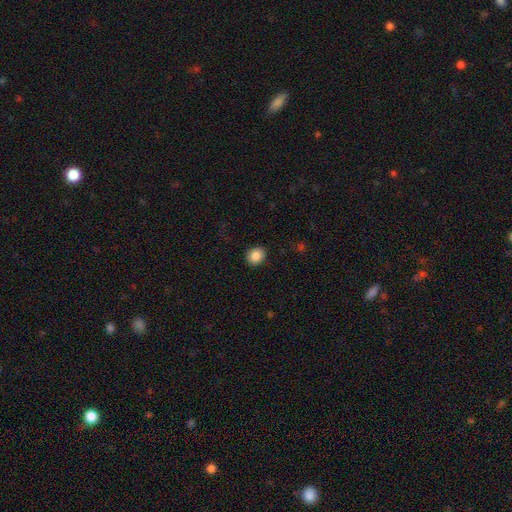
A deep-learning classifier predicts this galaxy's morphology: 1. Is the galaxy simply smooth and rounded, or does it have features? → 87% smooth, 9% star or artifact, 5% featured or disk.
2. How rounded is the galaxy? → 70% round, 29% in between, 1% cigar-shaped.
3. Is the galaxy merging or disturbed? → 90% none, 7% minor disturbance, 2% major disturbance, 1% merger.